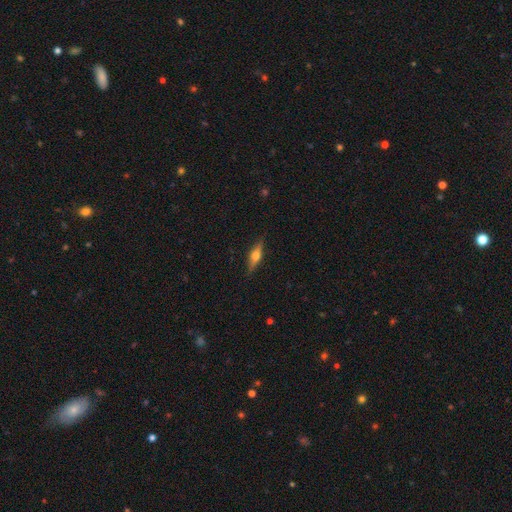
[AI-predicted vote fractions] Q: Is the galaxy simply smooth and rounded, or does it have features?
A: featured or disk — 58%.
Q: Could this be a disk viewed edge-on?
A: yes — 95%.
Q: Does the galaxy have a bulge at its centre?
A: rounded — 93%.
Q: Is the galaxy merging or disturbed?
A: none — 88%.